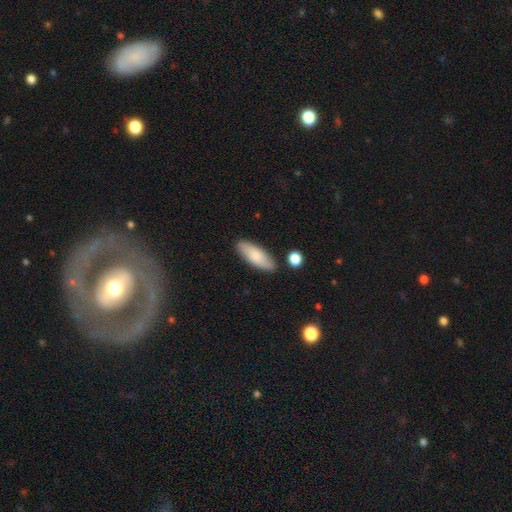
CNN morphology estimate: Smooth or featured?
  - smooth: 79% *
  - featured or disk: 15%
  - star or artifact: 6%
How rounded?
  - in between: 64% *
  - cigar-shaped: 34%
  - round: 2%
Merging?
  - none: 84% *
  - minor disturbance: 11%
  - merger: 3%
  - major disturbance: 2%